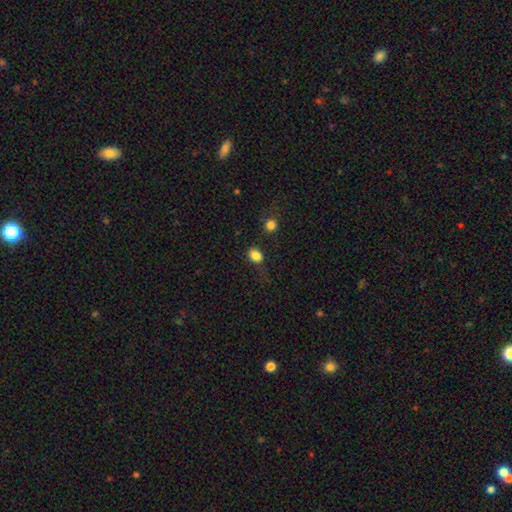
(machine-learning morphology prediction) This appears to be a smooth galaxy with no disk features (84%) that is in between round and cigar-shaped (59%). Merging: none (66%).